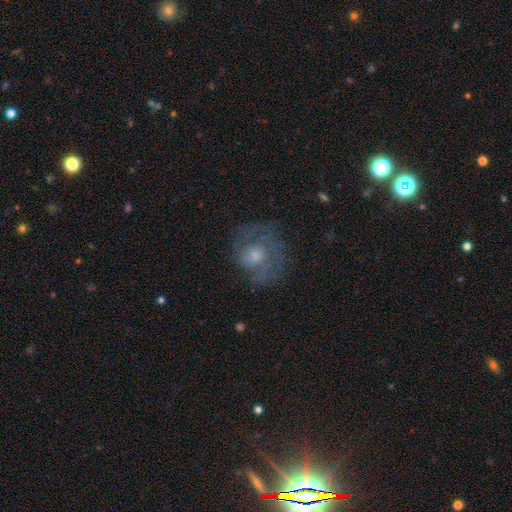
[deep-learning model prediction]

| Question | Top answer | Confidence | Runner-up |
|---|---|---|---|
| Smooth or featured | featured or disk | 57% | smooth (34%) |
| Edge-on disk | no | 97% | yes (3%) |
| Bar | no | 80% | weak (18%) |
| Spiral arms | yes | 71% | no (29%) |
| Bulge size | moderate | 52% | small (31%) |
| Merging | none | 59% | minor disturbance (20%) |